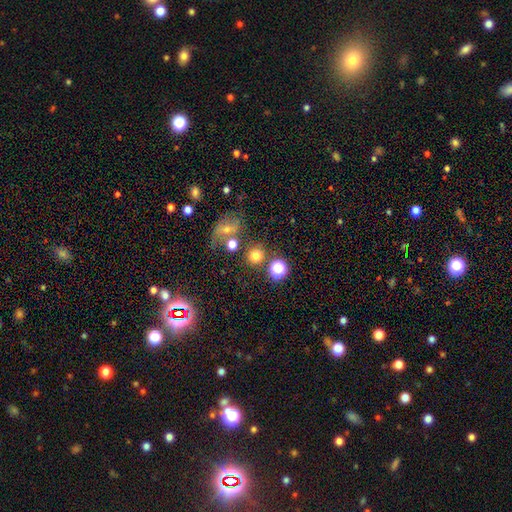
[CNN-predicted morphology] type=smooth (72%); roundness=round (87%); merging=none (72%).